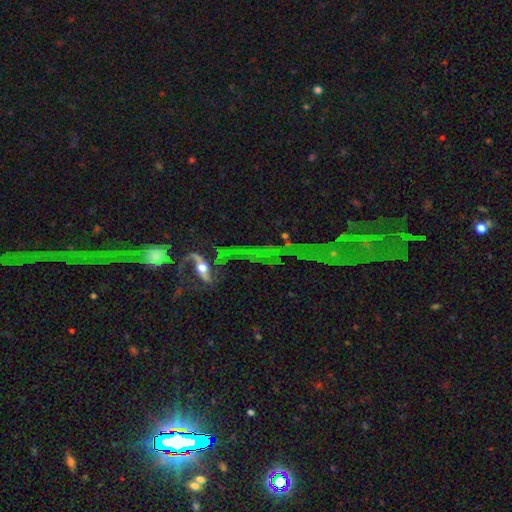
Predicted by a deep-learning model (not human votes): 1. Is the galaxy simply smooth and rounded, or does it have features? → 78% star or artifact, 13% featured or disk, 9% smooth.